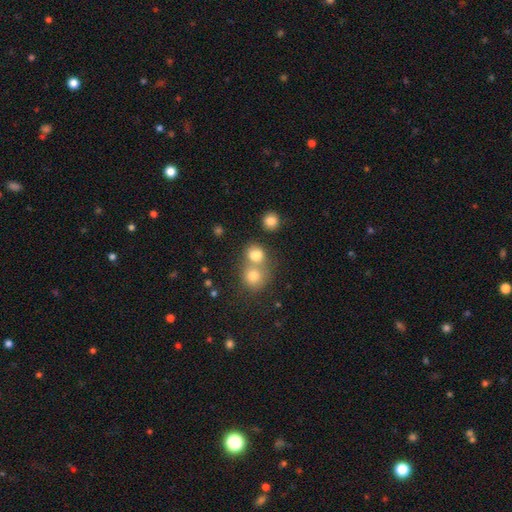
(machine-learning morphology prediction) type=smooth (78%); roundness=round (74%); merging=merger (49%).